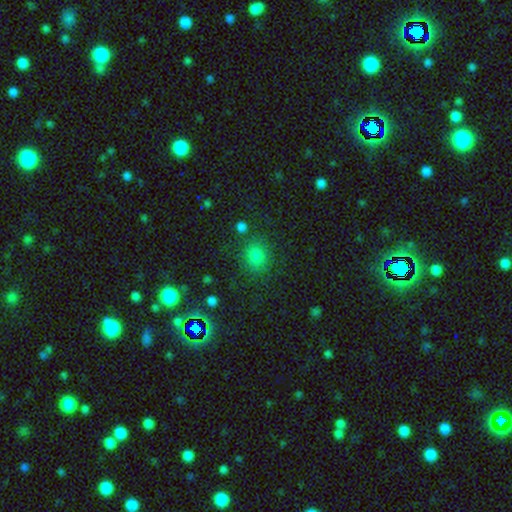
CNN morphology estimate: smooth 76%, star or artifact 18%, featured or disk 6%. Down the decision tree: how rounded — round (71%); merging — none (82%).